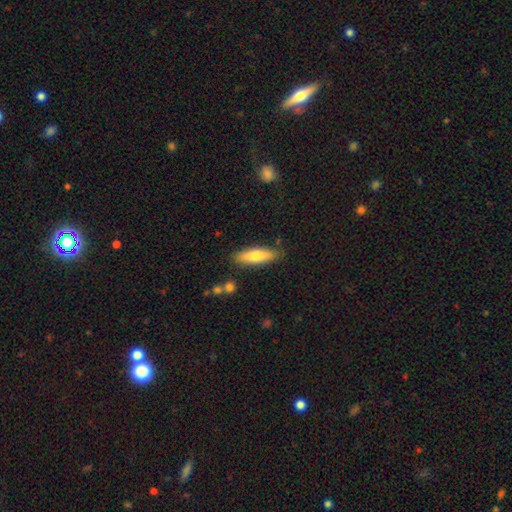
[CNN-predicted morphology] smooth 73%, featured or disk 21%, star or artifact 6%. Down the decision tree: how rounded — cigar-shaped (55%); merging — none (84%).